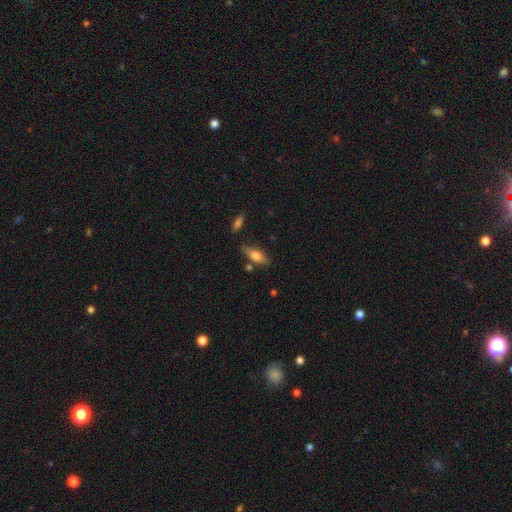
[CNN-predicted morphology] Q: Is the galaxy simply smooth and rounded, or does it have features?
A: smooth — 67%.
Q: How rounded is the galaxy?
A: in between — 69%.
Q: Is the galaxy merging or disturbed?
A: none — 72%.